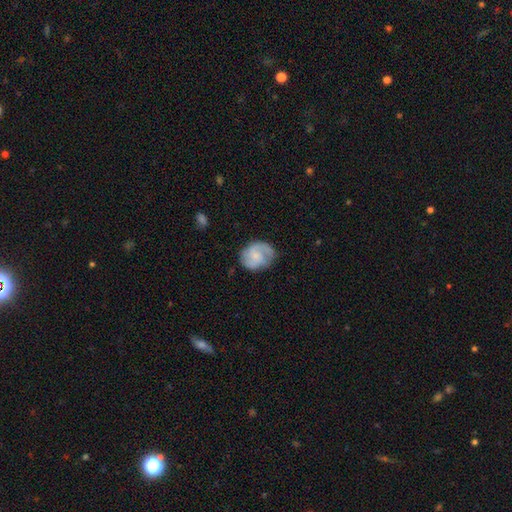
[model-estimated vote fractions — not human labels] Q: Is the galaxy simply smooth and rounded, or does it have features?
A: featured or disk — 60%.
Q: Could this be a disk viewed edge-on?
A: no — 98%.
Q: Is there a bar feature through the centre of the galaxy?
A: no — 60%.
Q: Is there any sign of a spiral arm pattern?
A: yes — 91%.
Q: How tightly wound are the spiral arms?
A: medium — 49%.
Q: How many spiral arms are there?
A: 2 — 65%.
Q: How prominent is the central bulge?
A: small — 53%.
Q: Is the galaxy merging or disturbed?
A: none — 70%.